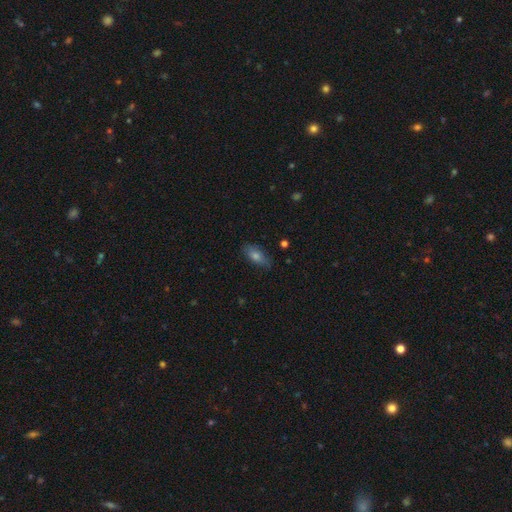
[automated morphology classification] smooth-or-featured: smooth: 67% | featured or disk: 21% | star or artifact: 11%
  how-rounded: in between: 77% | cigar-shaped: 18% | round: 4%
  merging: none: 81% | minor disturbance: 15% | major disturbance: 3% | merger: 1%